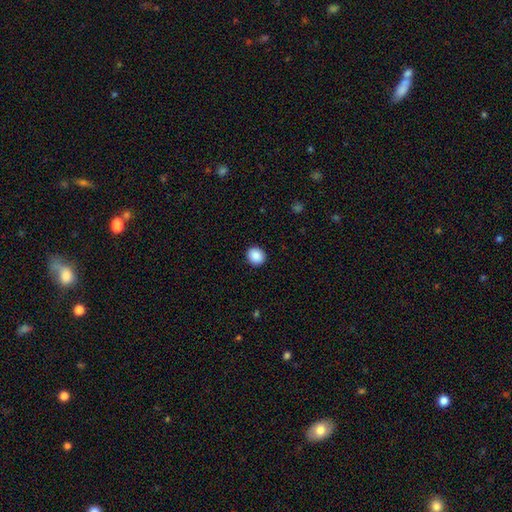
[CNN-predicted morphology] smooth 89%, star or artifact 8%, featured or disk 3%. Down the decision tree: how rounded — round (79%); merging — none (92%).